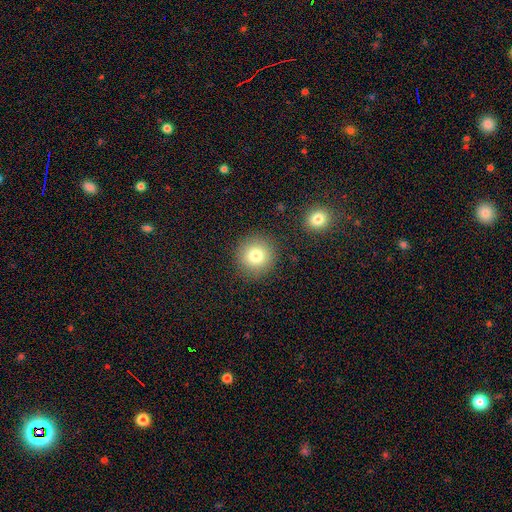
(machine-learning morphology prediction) A smooth galaxy with no disk features (79%) that is round (94%). Merging: none (88%).